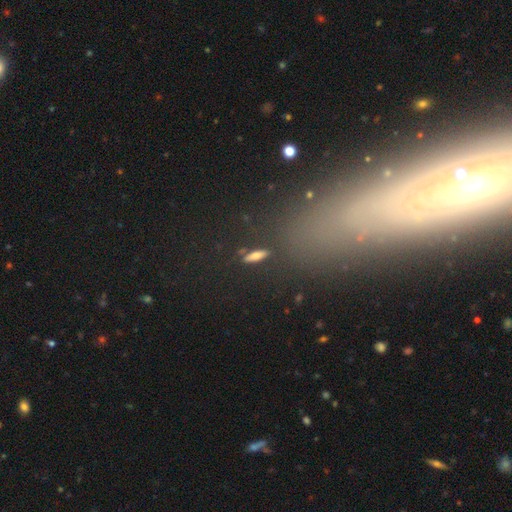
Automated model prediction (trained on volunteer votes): A smooth galaxy with no disk features (67%) that is cigar-shaped (57%).

Vote fractions:
- Smooth or featured? smooth: 67% / featured or disk: 20% / star or artifact: 14%
- How rounded? cigar-shaped: 57% / in between: 35% / round: 7%
- Merging? none: 84% / minor disturbance: 9% / major disturbance: 3% / merger: 3%